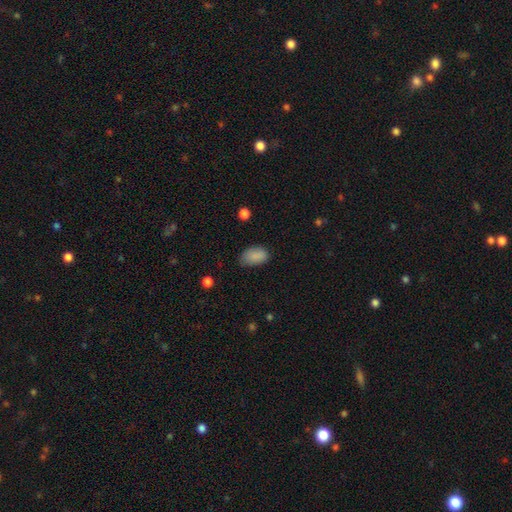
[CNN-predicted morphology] This appears to be a smooth galaxy with no disk features (87%) that is in between round and cigar-shaped (91%). Merging: none (67%).